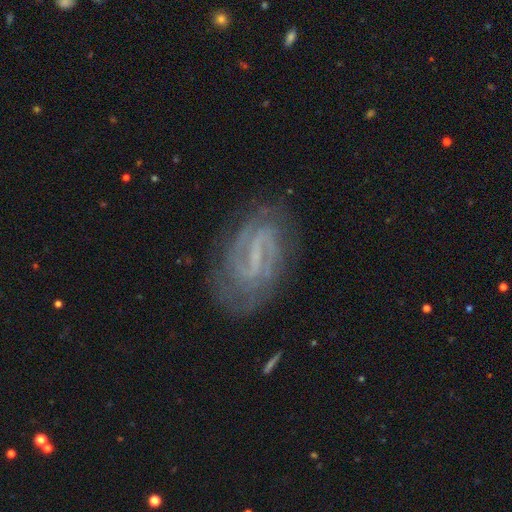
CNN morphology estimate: This appears to be a featured or disk galaxy (82%) with a strong bar (45%), 2 (68%) tight (43%) spiral arms (92%) and no central bulge (45%). Merging: none (75%).